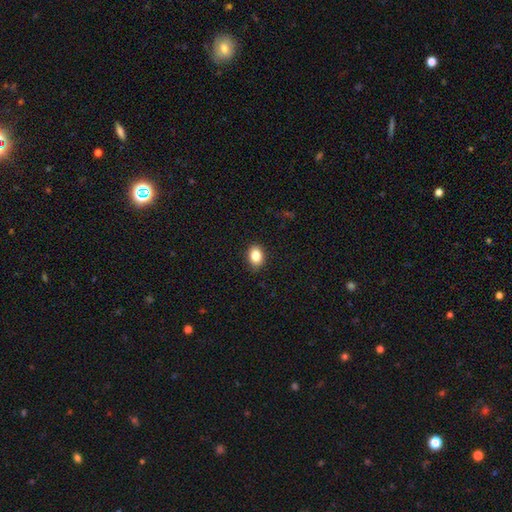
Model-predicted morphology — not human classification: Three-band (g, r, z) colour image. It shows a smooth galaxy with no disk features (86%) that is in between round and cigar-shaped (74%). Merging: none (88%).